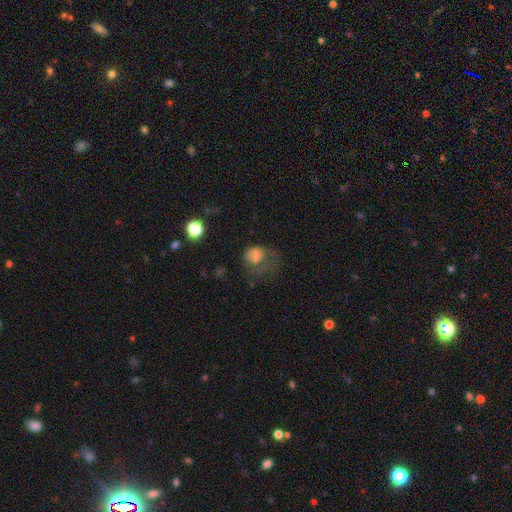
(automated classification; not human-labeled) Overall: smooth (62%; featured or disk 24%). How rounded: round (51%; in between 48%). Merging: major disturbance (50%; none 25%).